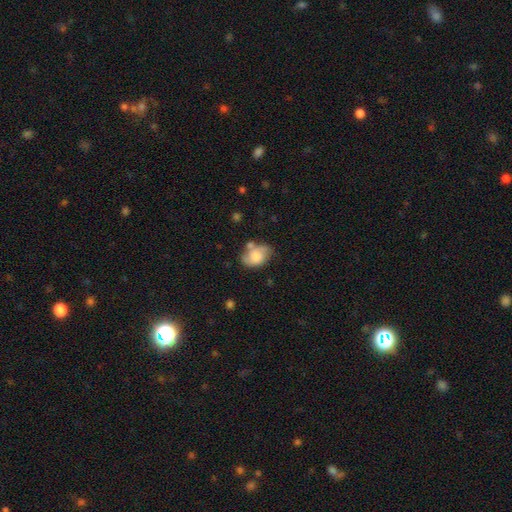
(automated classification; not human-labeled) Smooth or featured? Predicted: smooth (p=0.64). How rounded? Predicted: in between (p=0.79). Merging? Predicted: none (p=0.48).